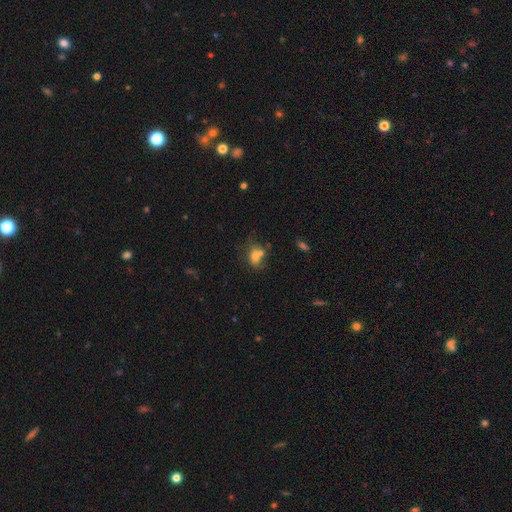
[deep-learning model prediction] Morphology: type=smooth (67%); roundness=in between (60%); merging=none (35%, tied with merger).